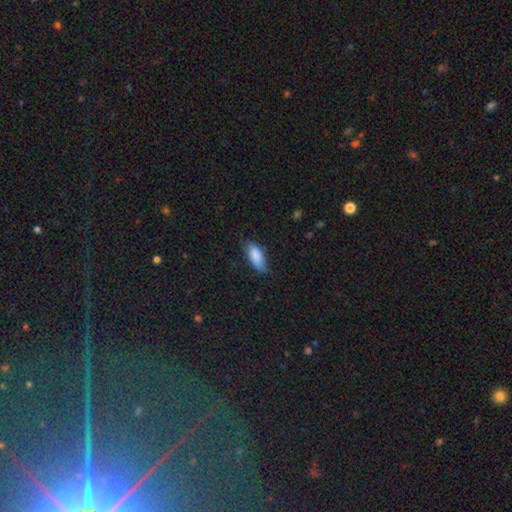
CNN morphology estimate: This appears to be a smooth galaxy with no disk features (84%) that is in between round and cigar-shaped (82%). Merging: none (64%).